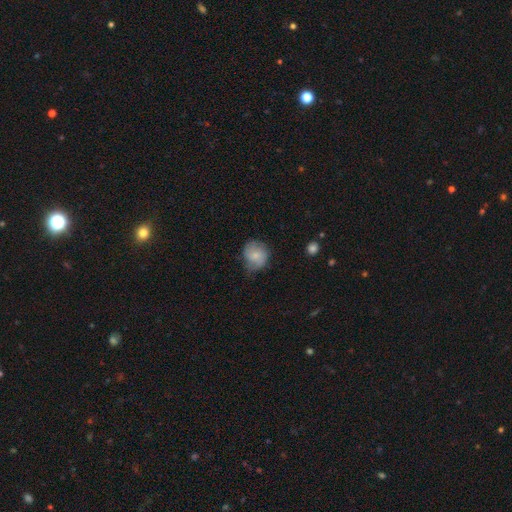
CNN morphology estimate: This is likely a smooth galaxy (66%). How rounded: likely round (74%). Merging: possibly none (52%).